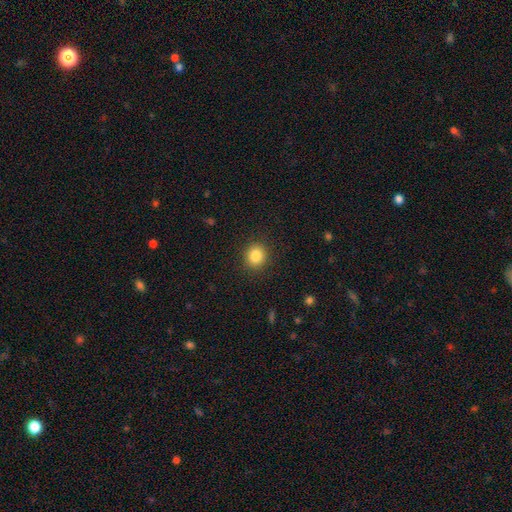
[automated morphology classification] smooth-or-featured: smooth: 85% | star or artifact: 10% | featured or disk: 5%
  how-rounded: round: 81% | in between: 18% | cigar-shaped: 1%
  merging: none: 90% | minor disturbance: 7% | major disturbance: 2% | merger: 1%